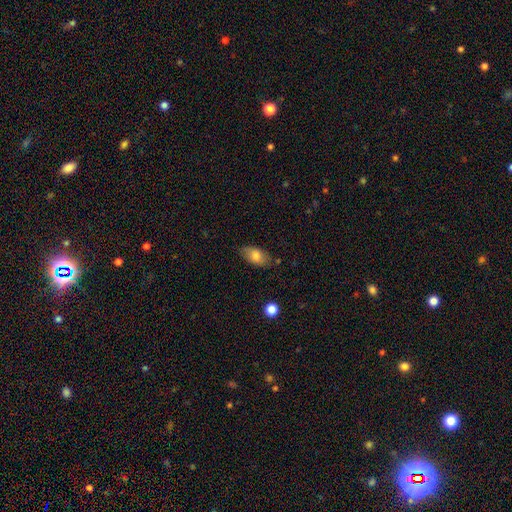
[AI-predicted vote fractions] Smooth or featured?
  - smooth: 77% *
  - featured or disk: 15%
  - star or artifact: 8%
How rounded?
  - in between: 91% *
  - round: 6%
  - cigar-shaped: 3%
Merging?
  - none: 76% *
  - minor disturbance: 18%
  - major disturbance: 4%
  - merger: 2%